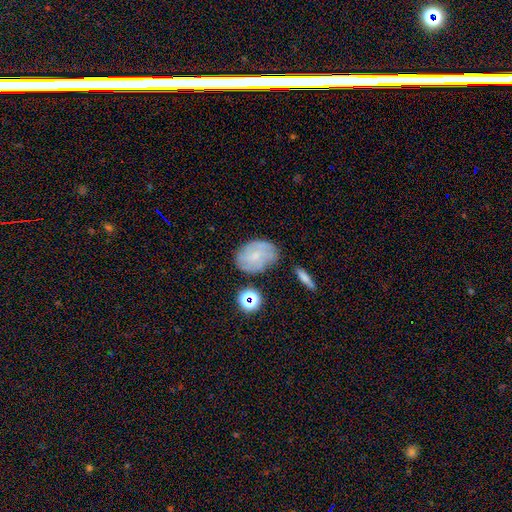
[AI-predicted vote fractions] Overall: featured or disk (48%; smooth 41%). Merging: none (67%).